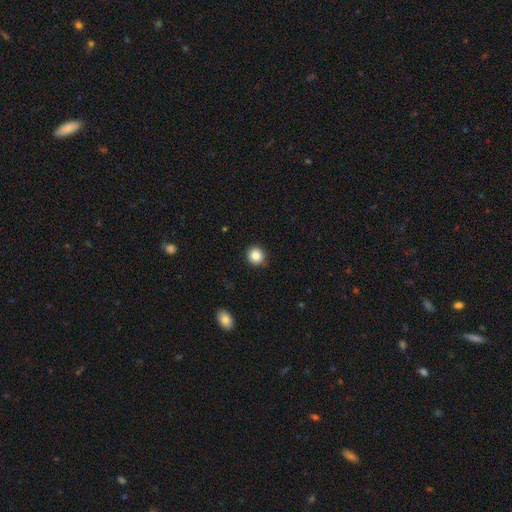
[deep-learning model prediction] Smooth or featured? Predicted: smooth (p=0.84). How rounded? Predicted: round (p=0.93). Merging? Predicted: none (p=0.91).